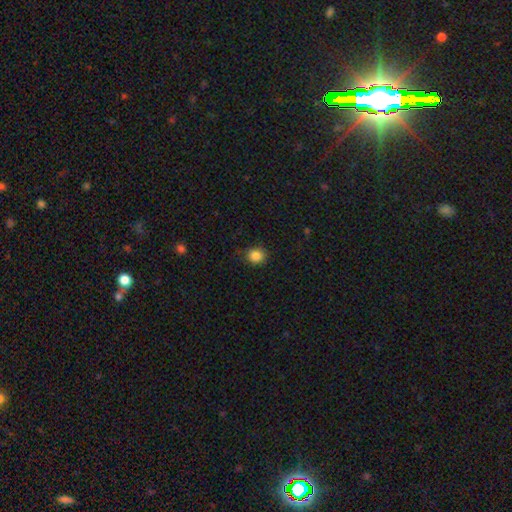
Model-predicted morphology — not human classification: smooth-or-featured: smooth: 86% | star or artifact: 10% | featured or disk: 4%
  how-rounded: round: 82% | in between: 17% | cigar-shaped: 1%
  merging: none: 88% | minor disturbance: 9% | major disturbance: 2% | merger: 1%